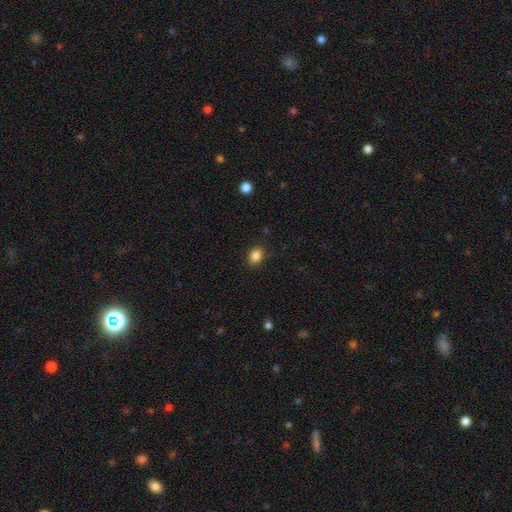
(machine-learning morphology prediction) The model was most divided on "how rounded": in between: 59%, round: 40%, cigar-shaped: 1%. More confident: merging — none (86%); smooth or featured — smooth (86%).